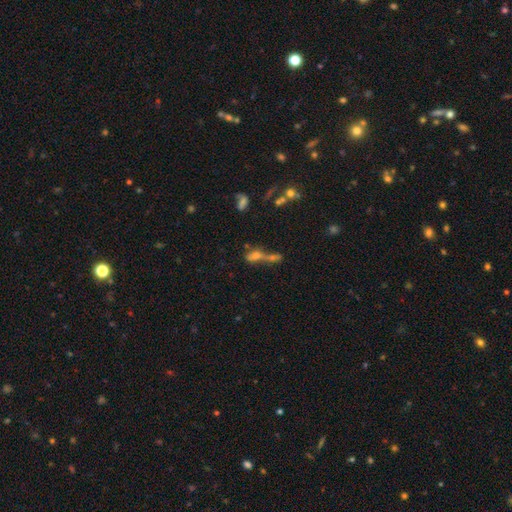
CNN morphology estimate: smooth_or_featured: smooth (p=0.47) [alt: featured or disk p=0.34]
merging: merger (p=0.58) [alt: none p=0.21]